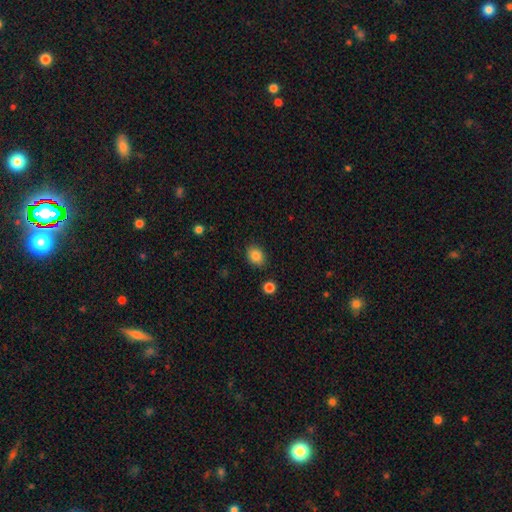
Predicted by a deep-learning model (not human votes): smooth 85%, star or artifact 10%, featured or disk 6%. Down the decision tree: how rounded — in between (52%); merging — none (87%).